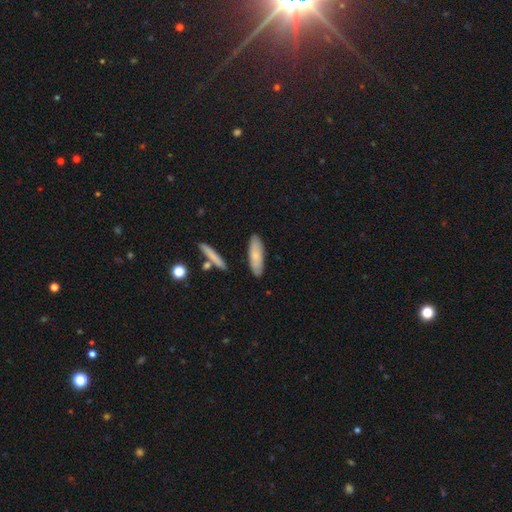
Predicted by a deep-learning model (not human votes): Smooth or featured: smooth — 75% (featured or disk — 20%)
How rounded: cigar-shaped — 50% (in between — 48%)
Merging: none — 85% (minor disturbance — 10%)